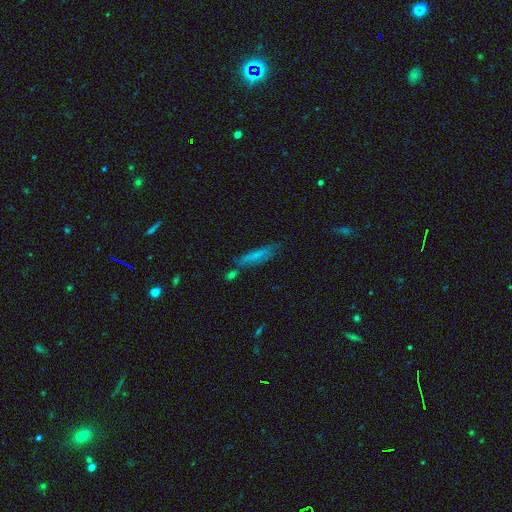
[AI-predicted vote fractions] Morphology: type=smooth (58%); roundness=cigar-shaped (72%); merging=none (61%).